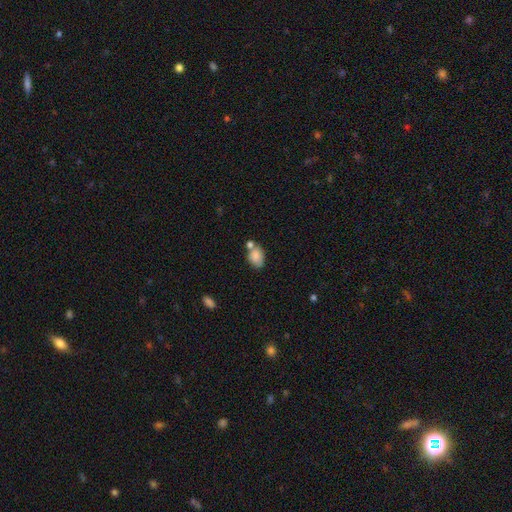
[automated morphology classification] Smooth or featured: smooth — 83% (featured or disk — 9%)
How rounded: in between — 80% (round — 18%)
Merging: none — 47% (merger — 30%)